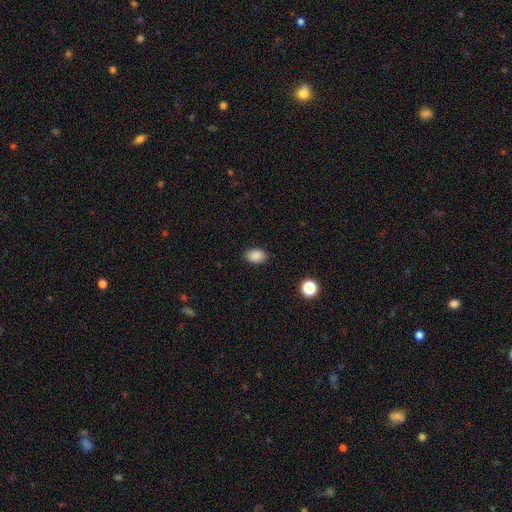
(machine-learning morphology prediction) smooth_or_featured: smooth (p=0.87) [alt: star or artifact p=0.10]
how_rounded: in between (p=0.76) [alt: round p=0.23]
merging: none (p=0.87) [alt: minor disturbance p=0.09]